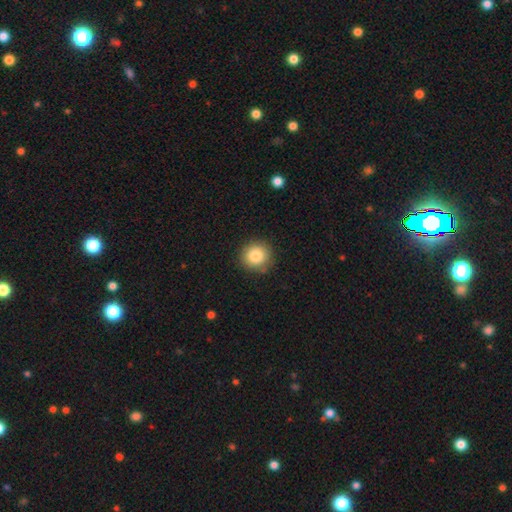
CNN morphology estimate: A smooth galaxy with no disk features (83%) that is round (92%). Merging: none (88%).